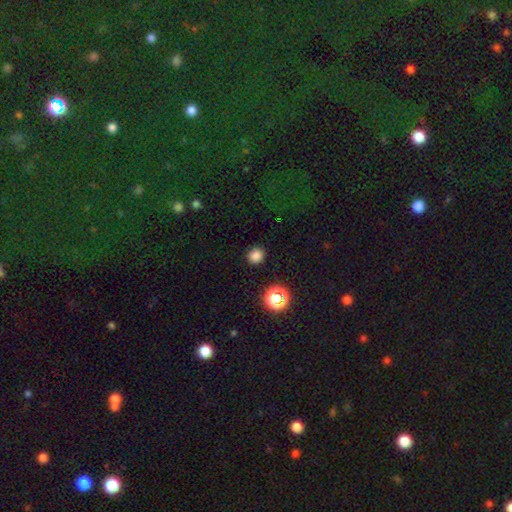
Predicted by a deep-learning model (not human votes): Smooth or featured? Predicted: smooth (p=0.81). How rounded? Predicted: round (p=0.85). Merging? Predicted: none (p=0.91).